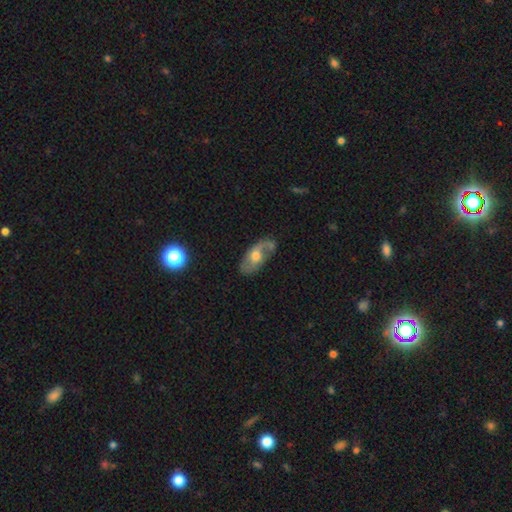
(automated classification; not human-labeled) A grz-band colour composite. It shows a featured or disk galaxy (62%) with no bar (68%), spiral arms (73%) and a moderate central bulge (72%). Merging: none (59%).